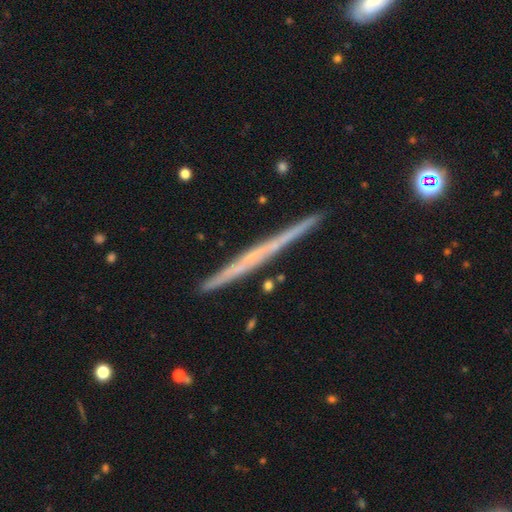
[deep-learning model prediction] Overall: featured or disk (65%; smooth 28%). Edge-on disk: yes (98%). Edge-on bulge: none (85%). Merging: none (90%).